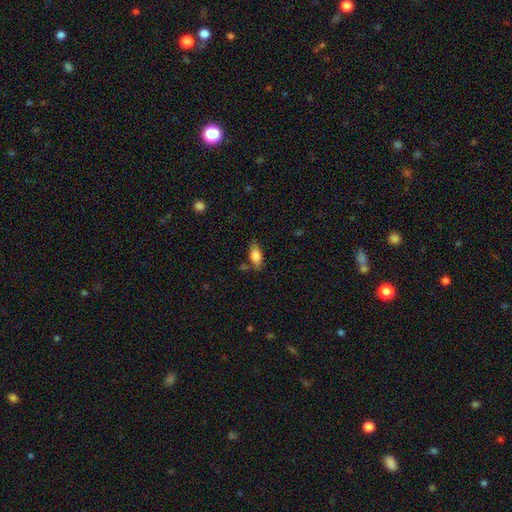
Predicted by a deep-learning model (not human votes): smooth_or_featured: smooth (p=0.80) [alt: featured or disk p=0.13]
how_rounded: in between (p=0.83) [alt: cigar-shaped p=0.13]
merging: none (p=0.75) [alt: minor disturbance p=0.16]